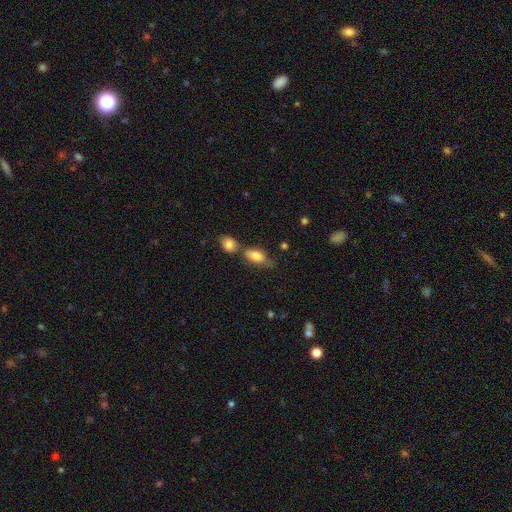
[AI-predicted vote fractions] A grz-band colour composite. It shows a smooth galaxy with no disk features (81%) that is in between round and cigar-shaped (87%). Merging: none (44%).